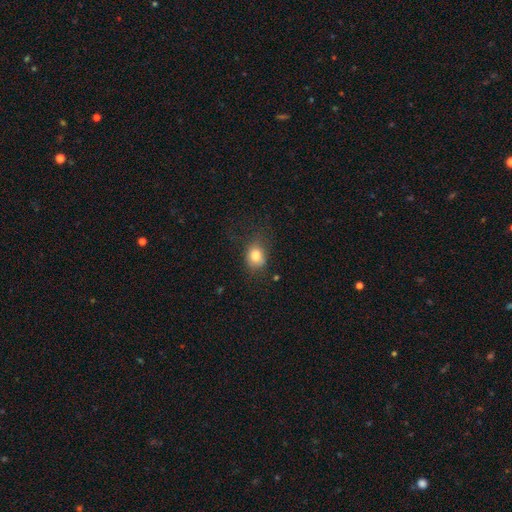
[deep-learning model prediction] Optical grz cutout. It shows a smooth galaxy with no disk features (80%) that is round (54%). Merging: none (63%).